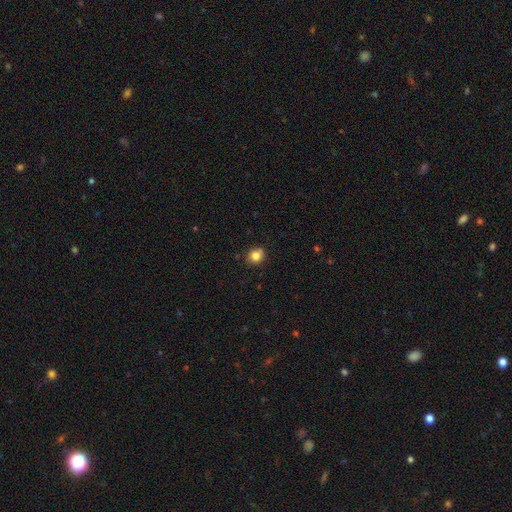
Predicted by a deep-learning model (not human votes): smooth 82%, star or artifact 12%, featured or disk 6%. Down the decision tree: how rounded — round (84%); merging — none (83%).